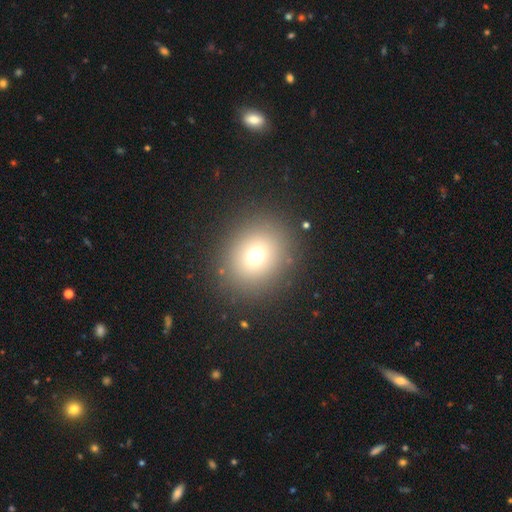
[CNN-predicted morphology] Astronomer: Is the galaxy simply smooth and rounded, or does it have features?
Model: smooth — 69%.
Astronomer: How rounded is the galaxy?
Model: round — 77%.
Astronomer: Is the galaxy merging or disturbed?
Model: none — 87%.